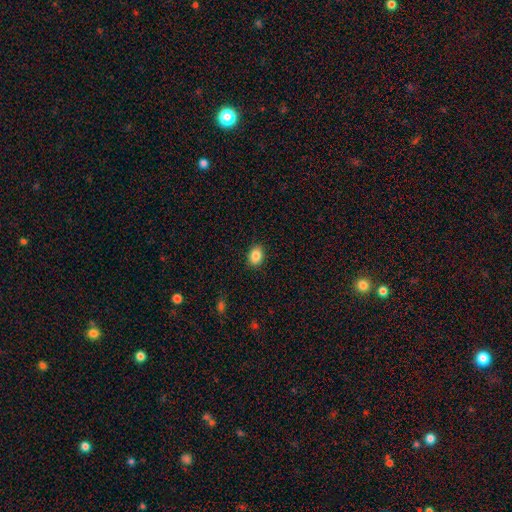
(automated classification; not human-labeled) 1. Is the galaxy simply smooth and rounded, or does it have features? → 86% smooth, 9% star or artifact, 5% featured or disk.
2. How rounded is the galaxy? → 61% in between, 38% round, 1% cigar-shaped.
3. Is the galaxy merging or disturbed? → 90% none, 7% minor disturbance, 2% major disturbance, 1% merger.